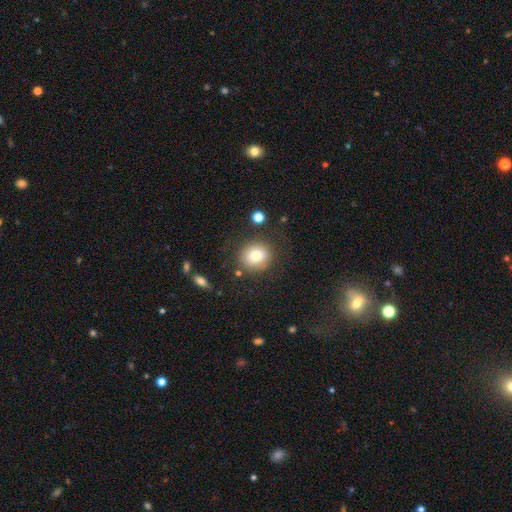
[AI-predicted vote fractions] smooth_or_featured: smooth (p=0.81) [alt: star or artifact p=0.10]
how_rounded: round (p=0.76) [alt: in between p=0.23]
merging: none (p=0.80) [alt: minor disturbance p=0.12]